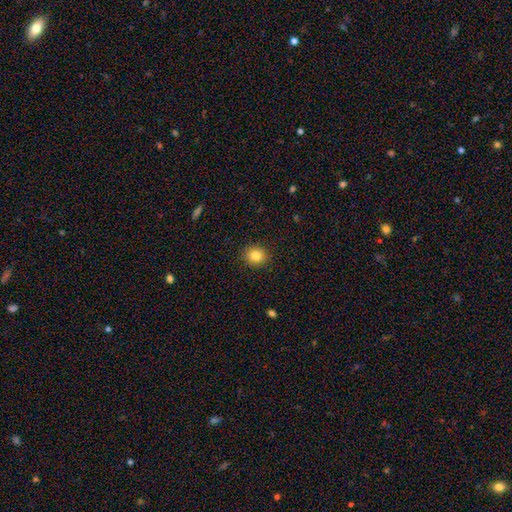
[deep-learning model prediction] A smooth galaxy with no disk features (84%) that is round (80%).

Vote fractions:
- Smooth or featured? smooth: 84% / star or artifact: 10% / featured or disk: 6%
- How rounded? round: 80% / in between: 19% / cigar-shaped: 1%
- Merging? none: 91% / minor disturbance: 6% / major disturbance: 2% / merger: 1%